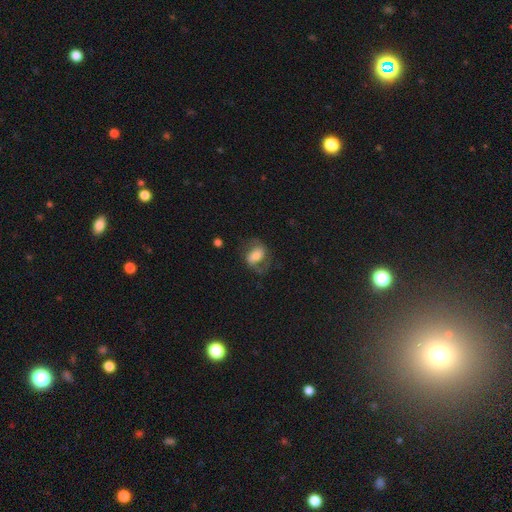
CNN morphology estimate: A featured or disk galaxy (48%).

Vote fractions:
- Smooth or featured? featured or disk: 48% / smooth: 44% / star or artifact: 8%
- Merging? none: 60% / minor disturbance: 20% / major disturbance: 18% / merger: 2%